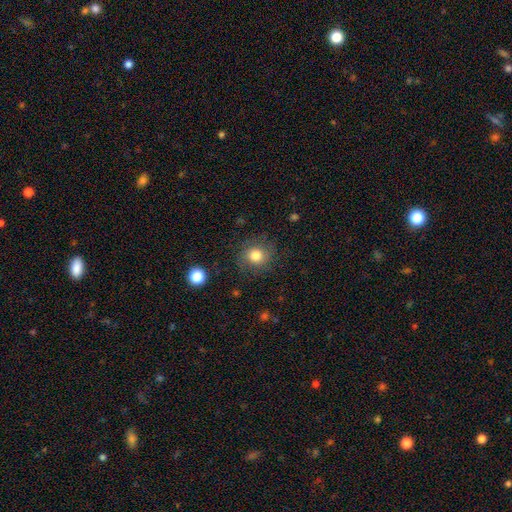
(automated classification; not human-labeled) smooth_or_featured: smooth (p=0.77) [alt: featured or disk p=0.12]
how_rounded: round (p=0.85) [alt: in between p=0.14]
merging: none (p=0.80) [alt: minor disturbance p=0.13]